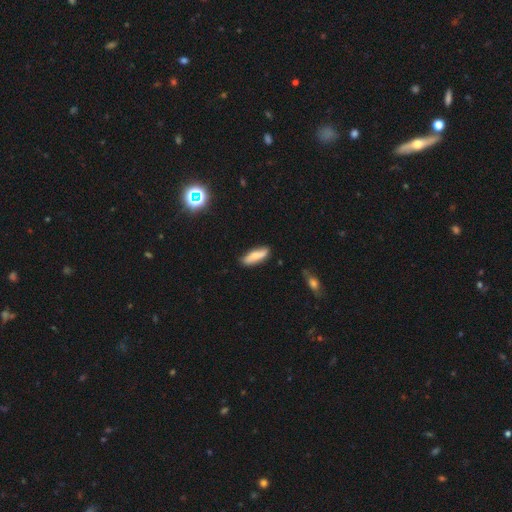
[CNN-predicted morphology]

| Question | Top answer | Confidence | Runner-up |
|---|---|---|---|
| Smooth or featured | smooth | 75% | featured or disk (18%) |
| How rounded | cigar-shaped | 53% | in between (46%) |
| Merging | none | 78% | minor disturbance (16%) |